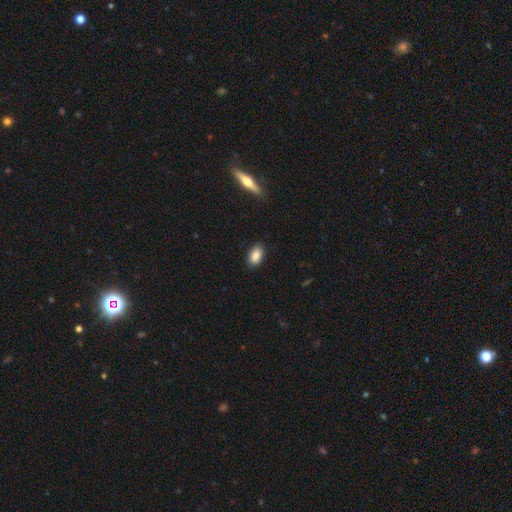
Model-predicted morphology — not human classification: smooth-or-featured: smooth: 88% | star or artifact: 8% | featured or disk: 5%
  how-rounded: in between: 90% | round: 7% | cigar-shaped: 2%
  merging: none: 87% | minor disturbance: 10% | major disturbance: 2% | merger: 1%